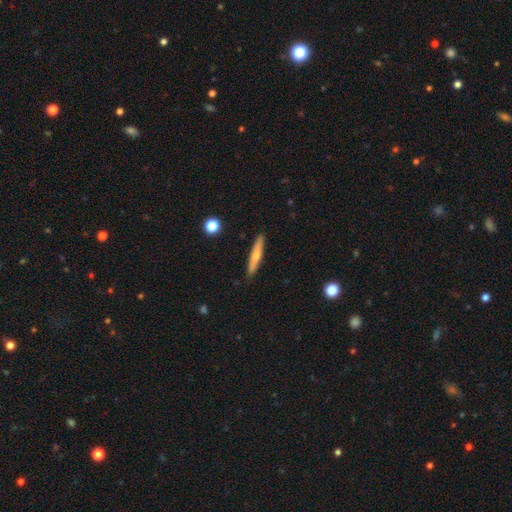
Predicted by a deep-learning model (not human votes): smooth-or-featured: smooth: 58% | featured or disk: 36% | star or artifact: 6%
  how-rounded: cigar-shaped: 91% | in between: 7% | round: 2%
  merging: none: 88% | minor disturbance: 9% | major disturbance: 2% | merger: 1%